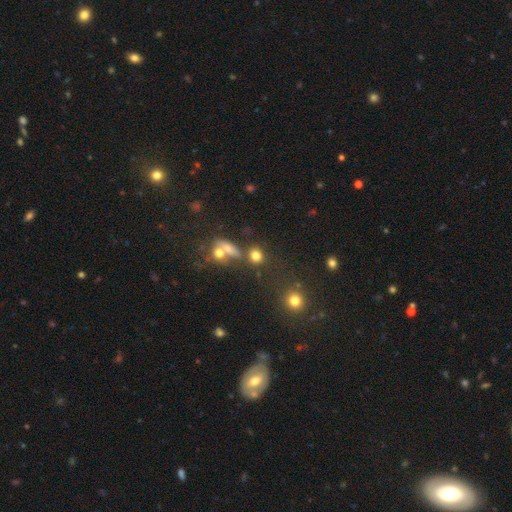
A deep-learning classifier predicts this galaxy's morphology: The model was most divided on "merging": none: 65%, merger: 19%, minor disturbance: 10%, major disturbance: 6%. More confident: how rounded — round (78%); smooth or featured — smooth (77%).